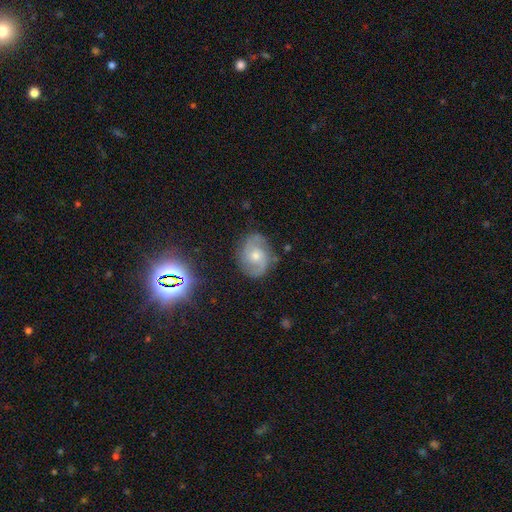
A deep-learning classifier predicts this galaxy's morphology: featured or disk 80%, smooth 13%, star or artifact 7%. Down the decision tree: edge-on disk — no (97%); bar — no (63%); spiral arms — yes (96%); spiral arm count — 2 (87%); spiral winding — medium (53%); bulge size — moderate (53%); merging — none (80%).